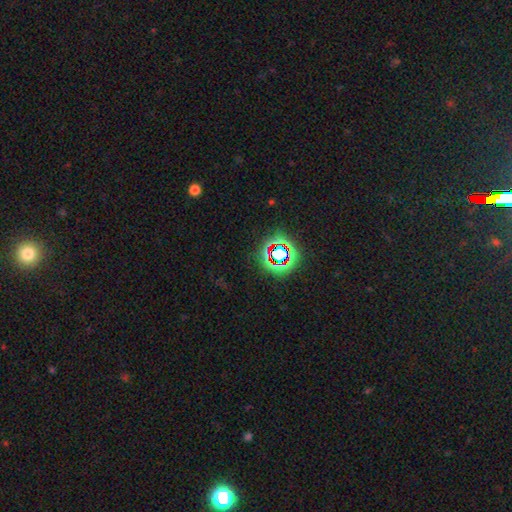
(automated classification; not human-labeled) Smooth or featured: star or artifact — 71% (smooth — 16%)